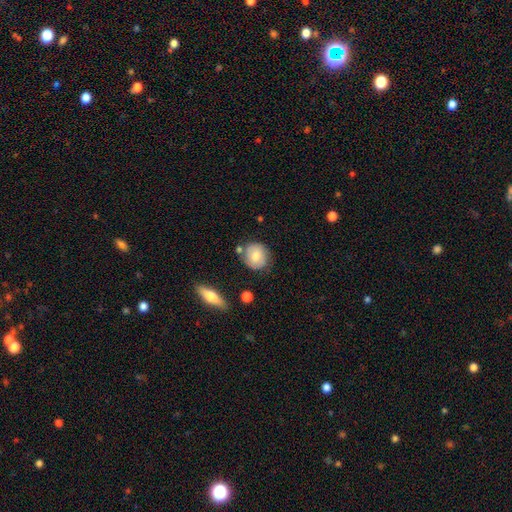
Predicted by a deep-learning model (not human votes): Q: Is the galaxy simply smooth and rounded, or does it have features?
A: smooth — 66%.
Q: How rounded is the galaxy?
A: round — 83%.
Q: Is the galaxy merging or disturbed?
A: none — 74%.